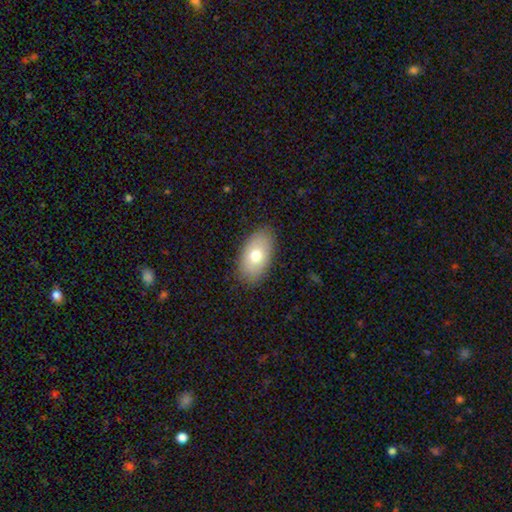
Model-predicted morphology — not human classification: A smooth galaxy with no disk features (71%) that is in between round and cigar-shaped (93%).

Vote fractions:
- Smooth or featured? smooth: 71% / featured or disk: 21% / star or artifact: 8%
- How rounded? in between: 93% / round: 6% / cigar-shaped: 2%
- Merging? none: 85% / minor disturbance: 11% / major disturbance: 3% / merger: 1%